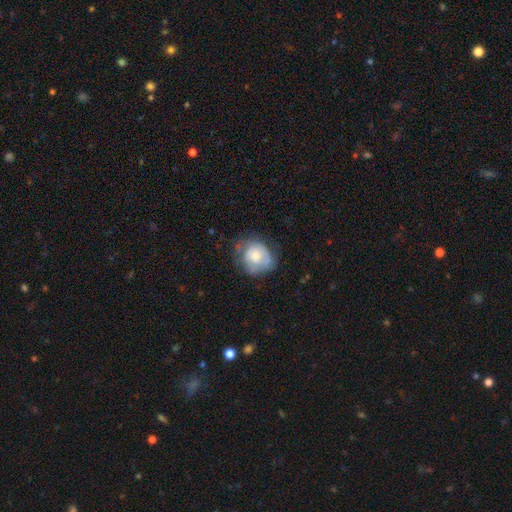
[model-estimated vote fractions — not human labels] A featured or disk galaxy (49%).

Vote fractions:
- Smooth or featured? featured or disk: 49% / smooth: 44% / star or artifact: 7%
- Merging? none: 55% / minor disturbance: 28% / major disturbance: 15% / merger: 2%